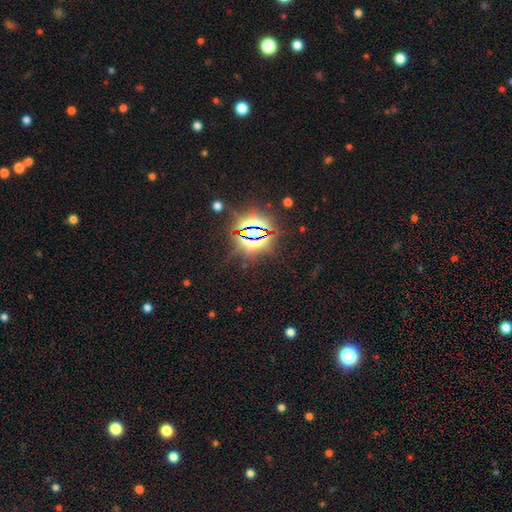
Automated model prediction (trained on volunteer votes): This is clearly a star or artifact rather than a galaxy (85%).